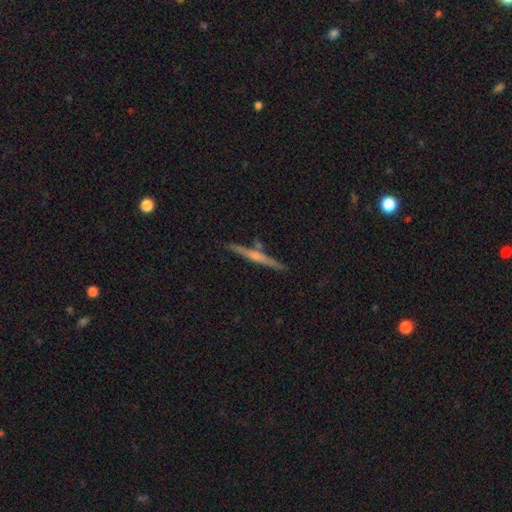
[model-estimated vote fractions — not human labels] This is likely a featured or disk galaxy (65%). It is clearly viewed edge-on (98%). Edge-on bulge: possibly rounded (60%). Merging: clearly none (84%).